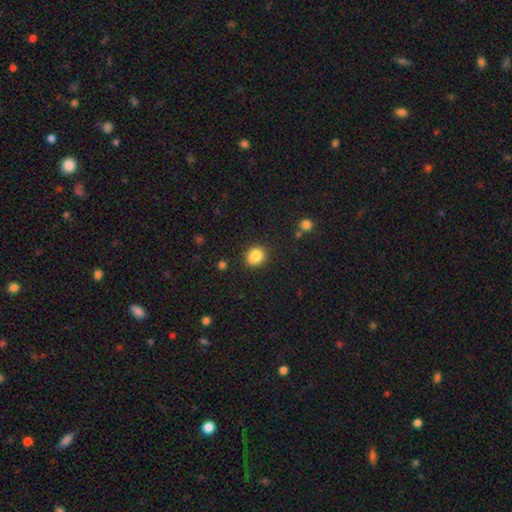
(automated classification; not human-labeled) Smooth or featured? Predicted: smooth (p=0.85). How rounded? Predicted: round (p=0.63). Merging? Predicted: none (p=0.82).